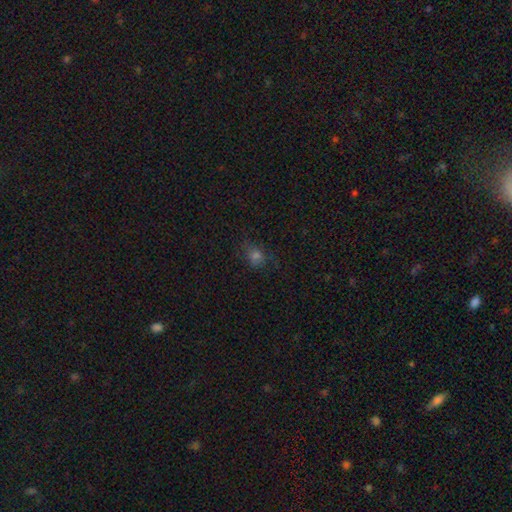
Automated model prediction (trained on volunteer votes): This appears to be a smooth galaxy with no disk features (59%) that is round (59%). Merging: none (69%).